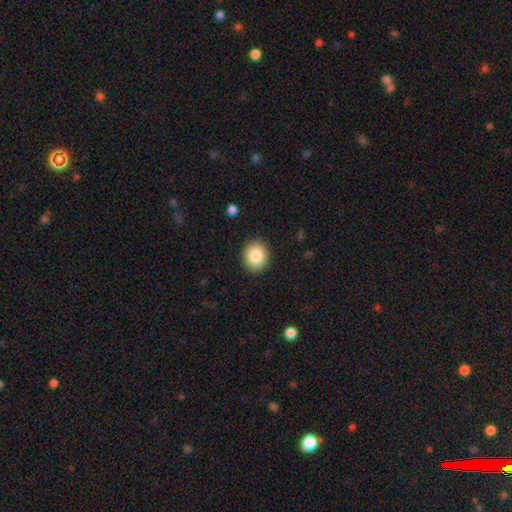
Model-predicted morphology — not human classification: Overall: smooth (85%). How rounded: round (70%). Merging: none (91%).